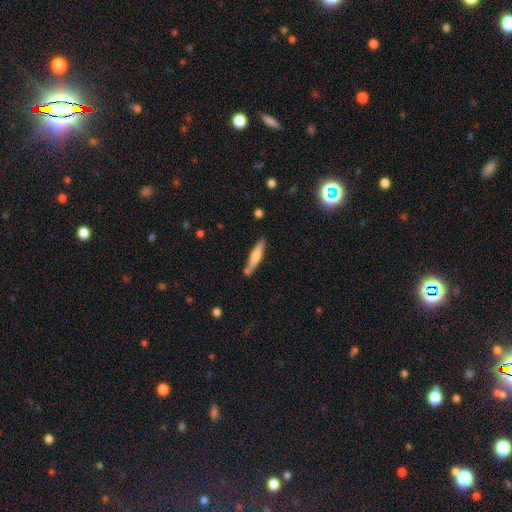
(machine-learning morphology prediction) smooth 60%, featured or disk 34%, star or artifact 6%. Down the decision tree: how rounded — cigar-shaped (88%); merging — none (74%).